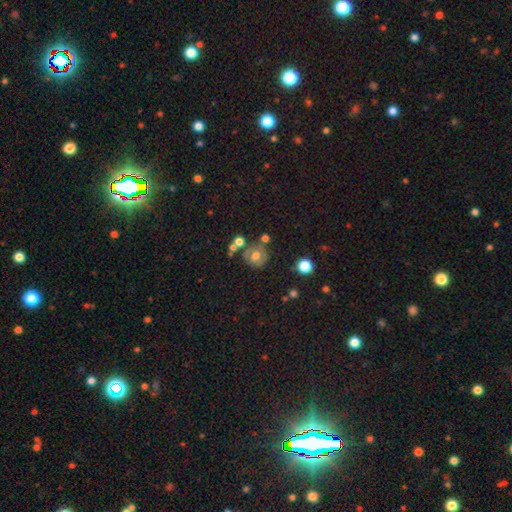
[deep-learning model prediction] smooth 50%, featured or disk 38%, star or artifact 12%. Down the decision tree: how rounded — round (82%); merging — none (66%).